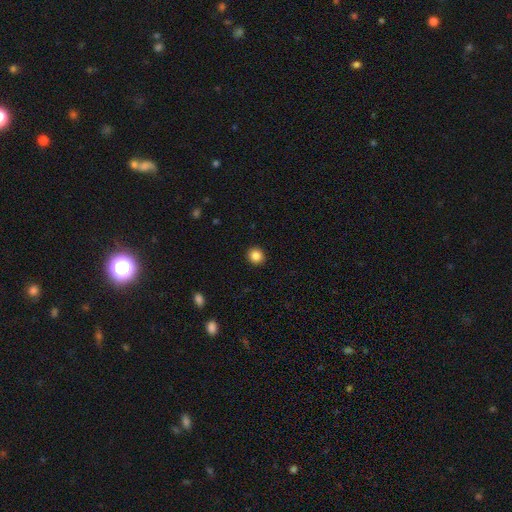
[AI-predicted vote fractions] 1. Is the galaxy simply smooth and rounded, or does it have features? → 85% smooth, 10% star or artifact, 5% featured or disk.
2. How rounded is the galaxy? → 87% round, 12% in between, 1% cigar-shaped.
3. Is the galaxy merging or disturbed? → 93% none, 5% minor disturbance, 2% major disturbance, 1% merger.